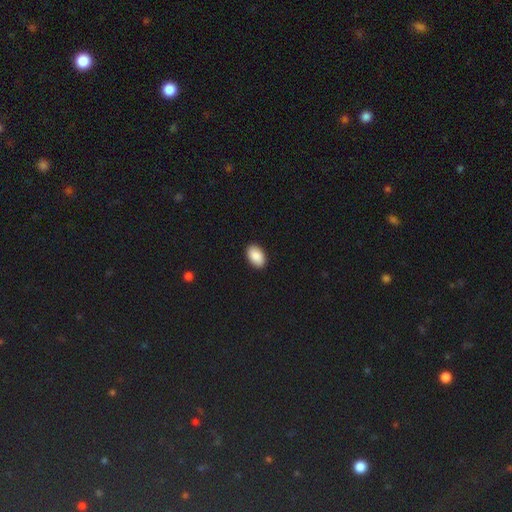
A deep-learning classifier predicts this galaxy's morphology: A smooth galaxy with no disk features (90%) that is in between round and cigar-shaped (93%).

Vote fractions:
- Smooth or featured? smooth: 90% / star or artifact: 7% / featured or disk: 3%
- How rounded? in between: 93% / round: 6% / cigar-shaped: 1%
- Merging? none: 91% / minor disturbance: 6% / major disturbance: 2% / merger: 1%